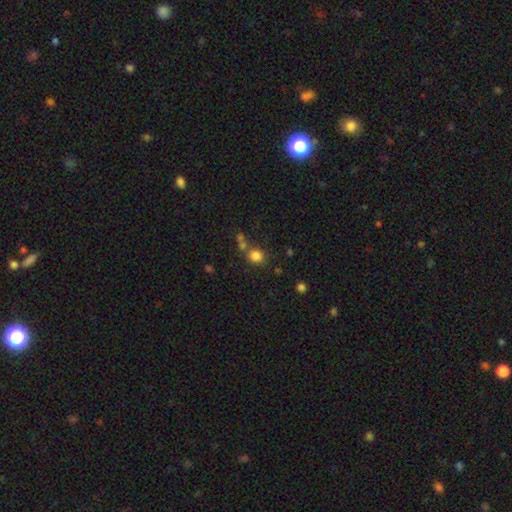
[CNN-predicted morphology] A smooth galaxy with no disk features (81%) that is round (80%). Merging: none (65%).